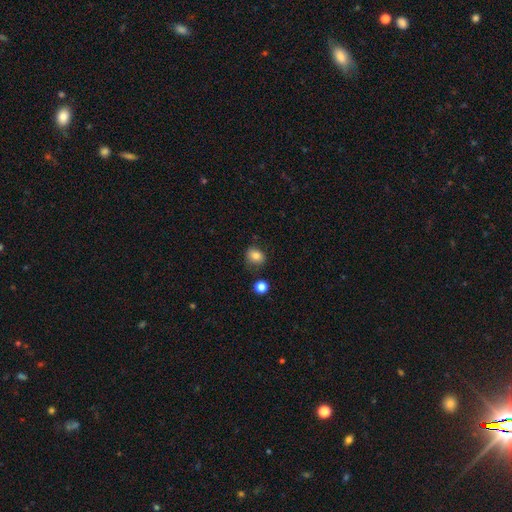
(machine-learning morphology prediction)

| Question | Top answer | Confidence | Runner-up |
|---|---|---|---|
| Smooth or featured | smooth | 82% | star or artifact (11%) |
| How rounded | round | 63% | in between (36%) |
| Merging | none | 77% | minor disturbance (15%) |